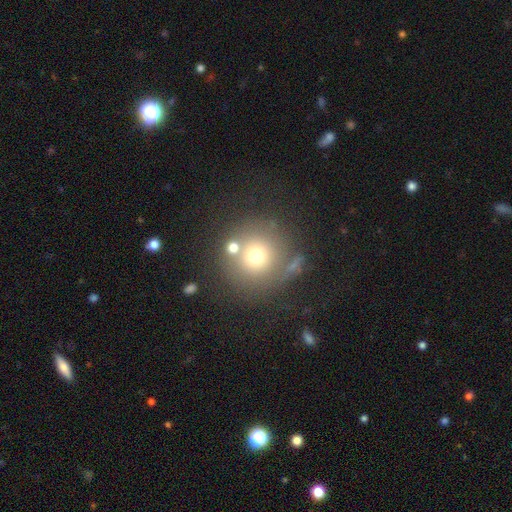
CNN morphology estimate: Smooth or featured?
  - smooth: 68% *
  - star or artifact: 17%
  - featured or disk: 15%
How rounded?
  - round: 94% *
  - in between: 5%
  - cigar-shaped: 1%
Merging?
  - none: 68% *
  - merger: 14%
  - minor disturbance: 11%
  - major disturbance: 7%